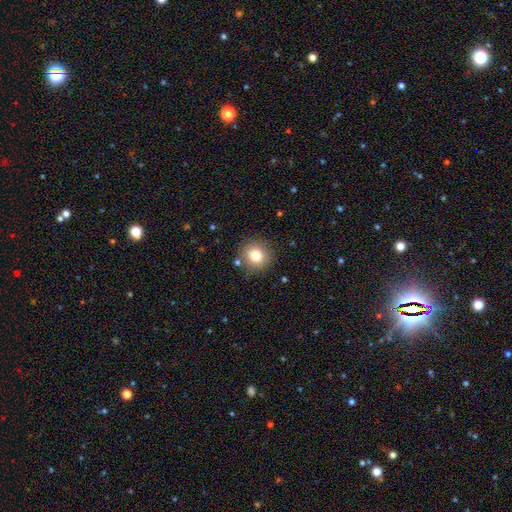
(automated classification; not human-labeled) A smooth galaxy with no disk features (78%) that is round (90%).

Vote fractions:
- Smooth or featured? smooth: 78% / star or artifact: 12% / featured or disk: 10%
- How rounded? round: 90% / in between: 9% / cigar-shaped: 1%
- Merging? none: 85% / minor disturbance: 9% / merger: 3% / major disturbance: 3%